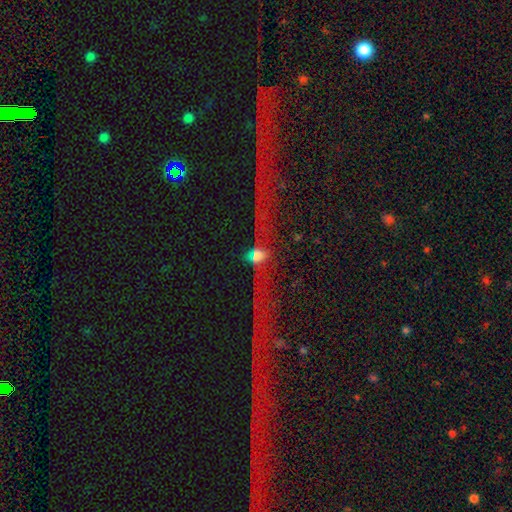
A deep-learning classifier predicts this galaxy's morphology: Overall: star or artifact (38%; smooth 32%).